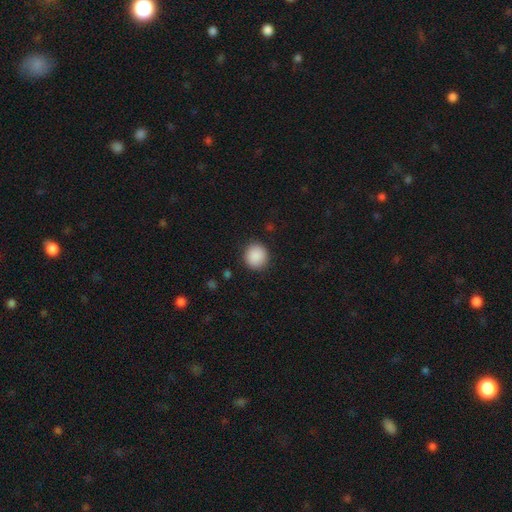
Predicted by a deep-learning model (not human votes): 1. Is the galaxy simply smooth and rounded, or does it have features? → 90% smooth, 8% star or artifact, 3% featured or disk.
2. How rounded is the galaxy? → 89% round, 10% in between, 1% cigar-shaped.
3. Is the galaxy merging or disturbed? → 90% none, 7% minor disturbance, 2% major disturbance, 1% merger.